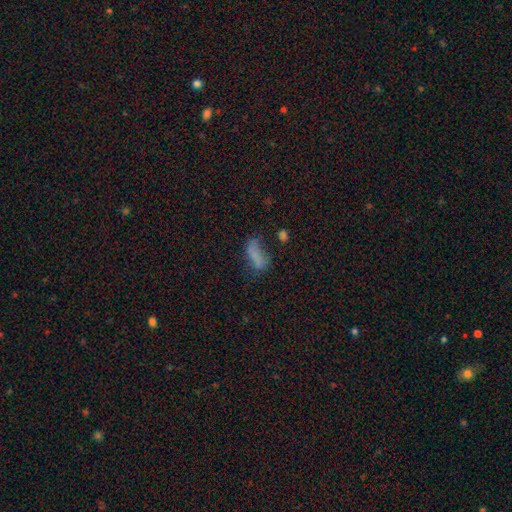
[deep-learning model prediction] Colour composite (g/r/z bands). It shows a smooth galaxy with no disk features (65%) that is in between round and cigar-shaped (70%). Merging: none (35%).